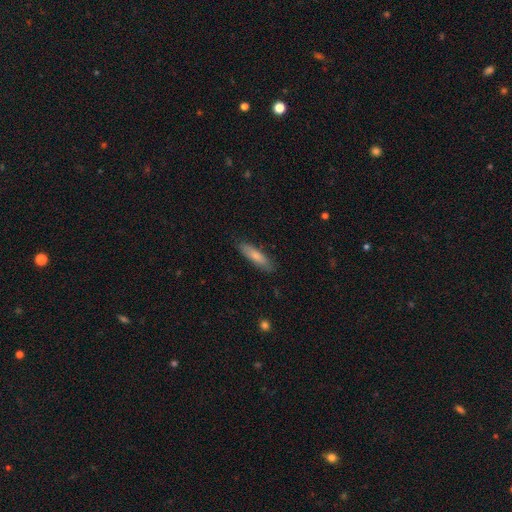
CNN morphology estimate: Smooth or featured: smooth — 77% (featured or disk — 17%)
How rounded: cigar-shaped — 69% (in between — 30%)
Merging: none — 85% (minor disturbance — 12%)